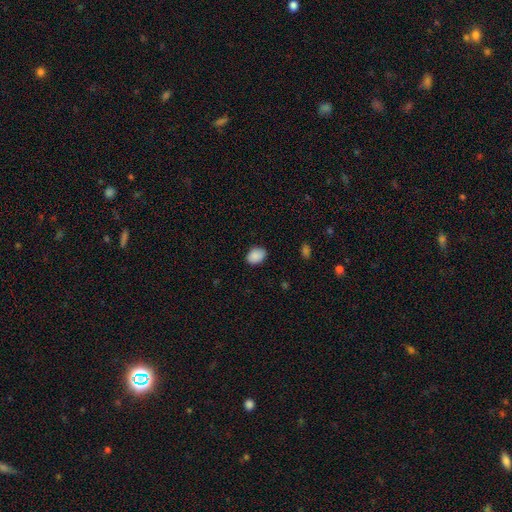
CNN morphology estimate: The model was most divided on "how rounded": in between: 73%, round: 26%, cigar-shaped: 1%. More confident: smooth or featured — smooth (89%); merging — none (83%).